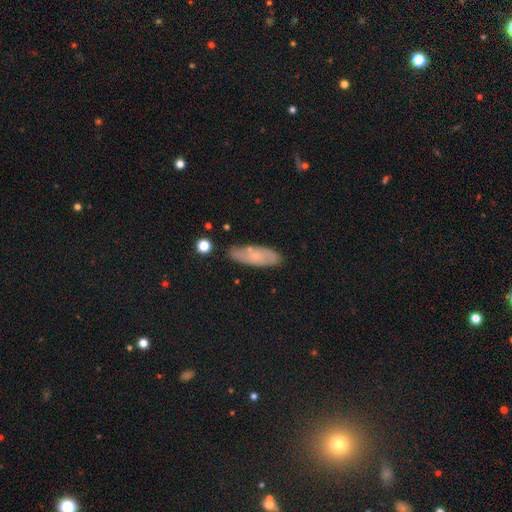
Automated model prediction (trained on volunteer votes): Smooth or featured: smooth — 53% (featured or disk — 39%)
How rounded: in between — 62% (cigar-shaped — 35%)
Merging: none — 74% (minor disturbance — 19%)